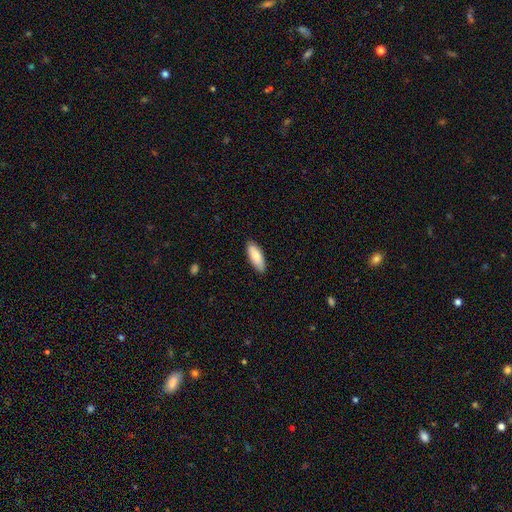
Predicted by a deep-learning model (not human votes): smooth_or_featured: smooth (p=0.84) [alt: featured or disk p=0.11]
how_rounded: in between (p=0.72) [alt: cigar-shaped p=0.26]
merging: none (p=0.86) [alt: minor disturbance p=0.11]